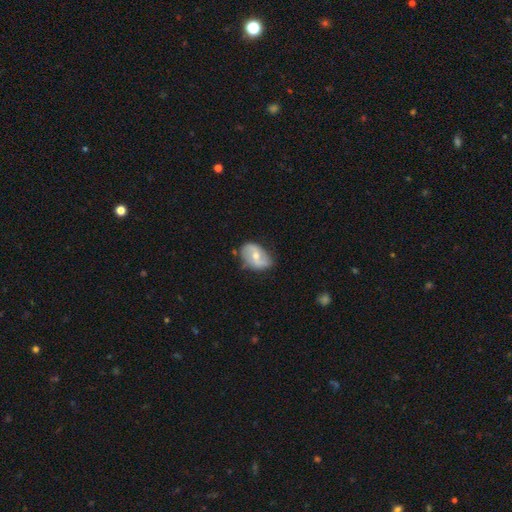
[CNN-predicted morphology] A featured or disk galaxy (59%) with a weak bar (41%), spiral arms (75%) and a moderate central bulge (61%).

Vote fractions:
- Smooth or featured? featured or disk: 59% / smooth: 35% / star or artifact: 6%
- Edge-on disk? no: 95% / yes: 5%
- Bar? weak: 41% / no: 40% / strong: 18%
- Spiral arms? yes: 75% / no: 25%
- Bulge size? moderate: 61% / small: 35% / large: 2% / none: 1% / dominant: 1%
- Merging? none: 67% / minor disturbance: 25% / major disturbance: 6% / merger: 2%